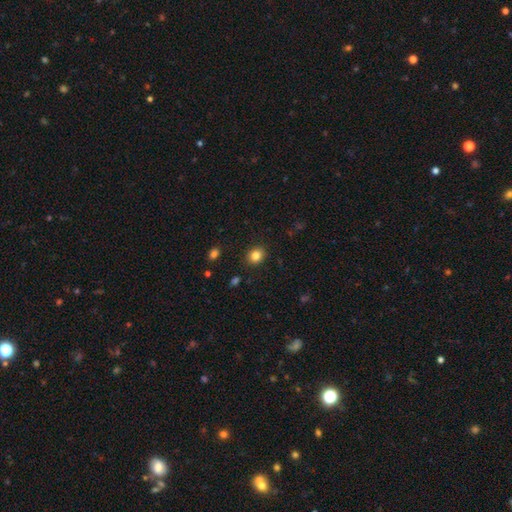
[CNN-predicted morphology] Overall: smooth (83%). How rounded: round (64%; in between 35%). Merging: none (89%).